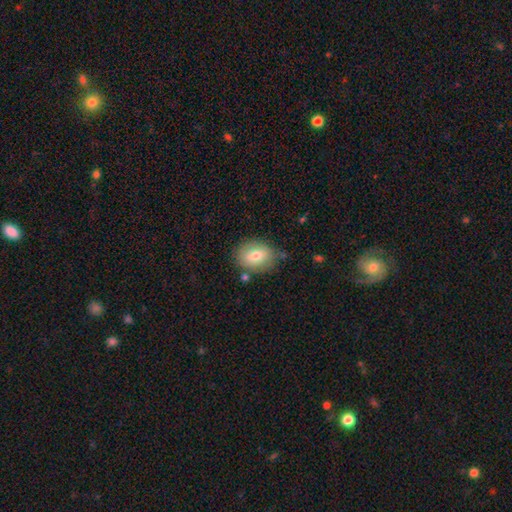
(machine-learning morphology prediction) Smooth or featured: smooth — 71% (featured or disk — 21%)
How rounded: in between — 59% (round — 40%)
Merging: none — 74% (minor disturbance — 18%)